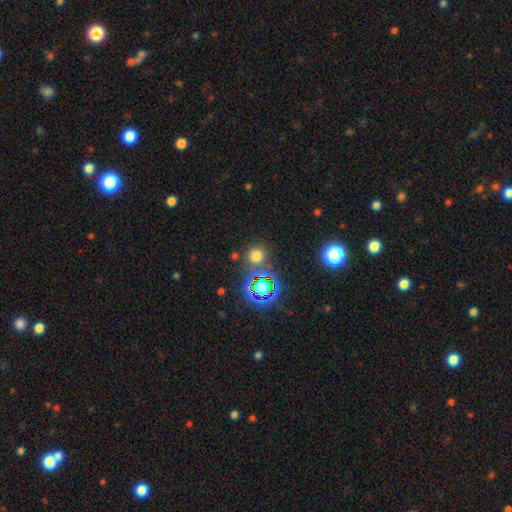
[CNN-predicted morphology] Smooth or featured? Predicted: smooth (p=0.64). How rounded? Predicted: round (p=0.92). Merging? Predicted: none (p=0.80).